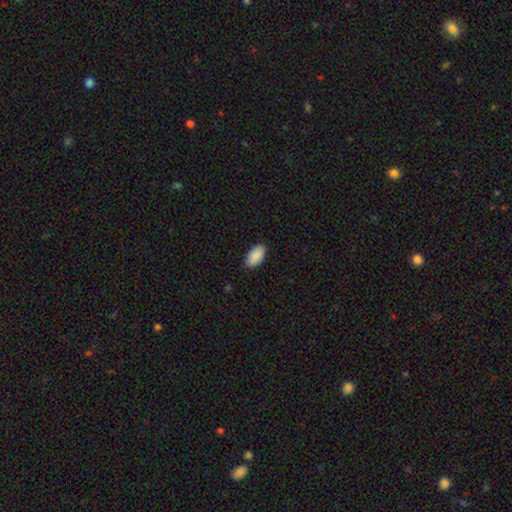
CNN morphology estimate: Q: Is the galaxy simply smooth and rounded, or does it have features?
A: smooth — 91%.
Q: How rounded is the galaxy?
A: in between — 95%.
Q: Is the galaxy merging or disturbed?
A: none — 87%.